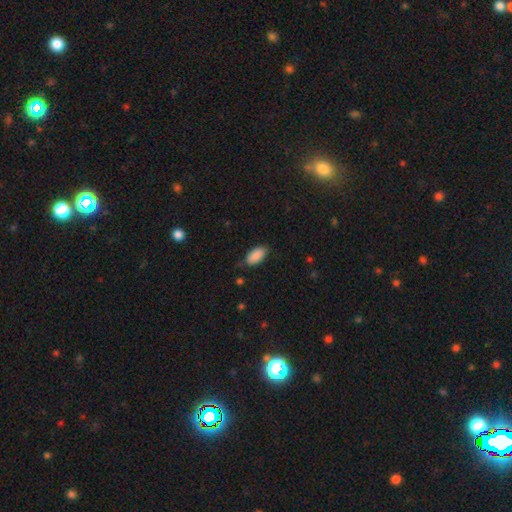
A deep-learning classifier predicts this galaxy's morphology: A smooth galaxy with no disk features (89%) that is in between round and cigar-shaped (93%).

Vote fractions:
- Smooth or featured? smooth: 89% / star or artifact: 7% / featured or disk: 4%
- How rounded? in between: 93% / cigar-shaped: 5% / round: 2%
- Merging? none: 79% / minor disturbance: 17% / major disturbance: 3% / merger: 1%